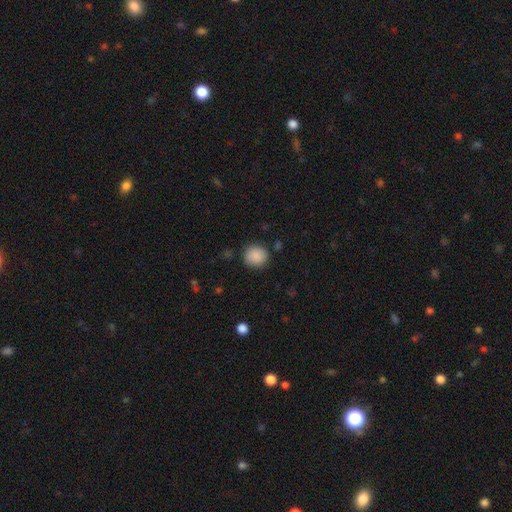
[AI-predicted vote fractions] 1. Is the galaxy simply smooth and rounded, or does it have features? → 88% smooth, 8% star or artifact, 4% featured or disk.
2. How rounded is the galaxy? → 85% round, 14% in between, 1% cigar-shaped.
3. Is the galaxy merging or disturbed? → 84% none, 11% minor disturbance, 3% major disturbance, 2% merger.